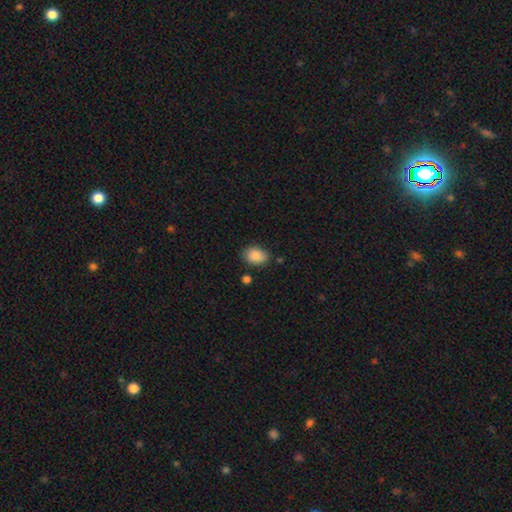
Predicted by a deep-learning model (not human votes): smooth_or_featured: smooth (p=0.87) [alt: star or artifact p=0.08]
how_rounded: in between (p=0.74) [alt: round p=0.25]
merging: none (p=0.78) [alt: minor disturbance p=0.15]